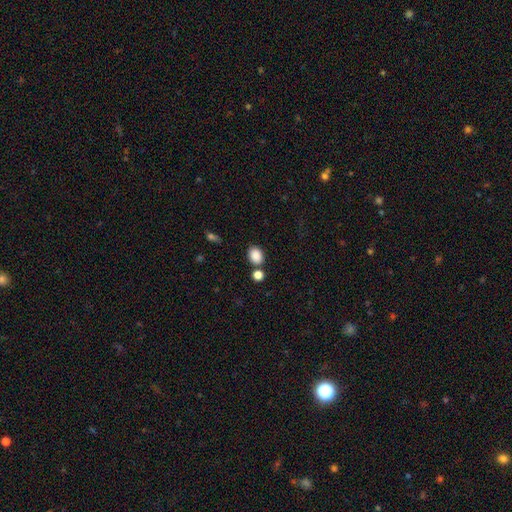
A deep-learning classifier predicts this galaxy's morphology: This is clearly a smooth galaxy (87%). How rounded: likely in between (65%). Merging: likely none (74%).